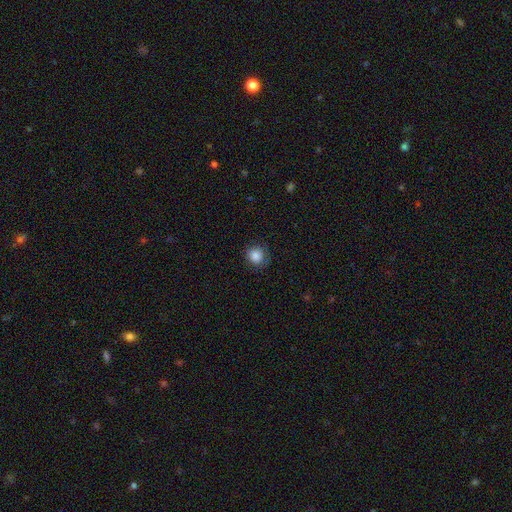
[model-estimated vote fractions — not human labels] Smooth or featured? smooth (85%)
How rounded? round (89%)
Merging? none (81%)